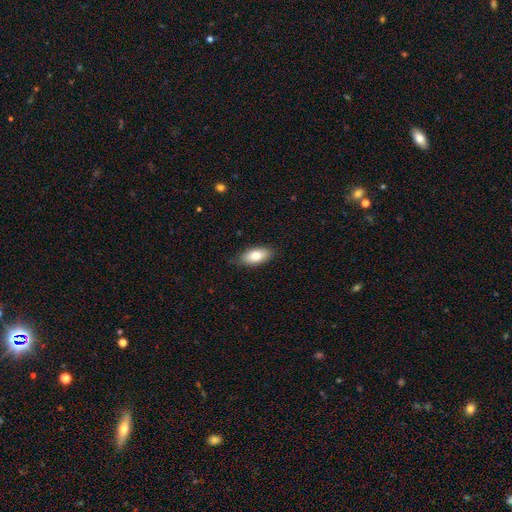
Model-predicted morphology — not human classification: smooth-or-featured: smooth: 81% | featured or disk: 13% | star or artifact: 7%
  how-rounded: in between: 89% | cigar-shaped: 8% | round: 3%
  merging: none: 81% | minor disturbance: 16% | major disturbance: 3% | merger: 1%